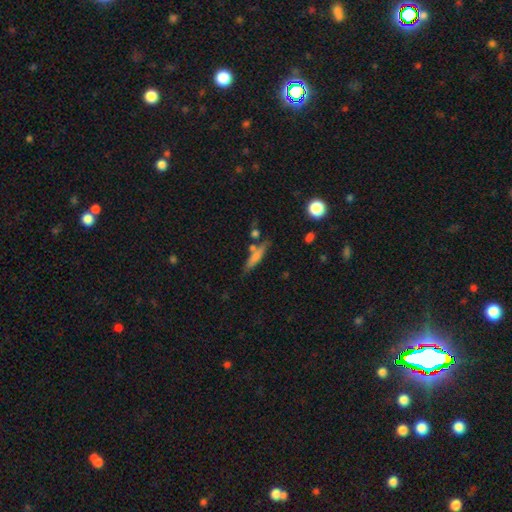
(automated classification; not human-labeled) Q: Smooth or featured?
A: smooth (66%); runner-up: featured or disk (26%)
Q: How rounded?
A: cigar-shaped (80%); runner-up: in between (17%)
Q: Merging?
A: none (69%); runner-up: minor disturbance (15%)